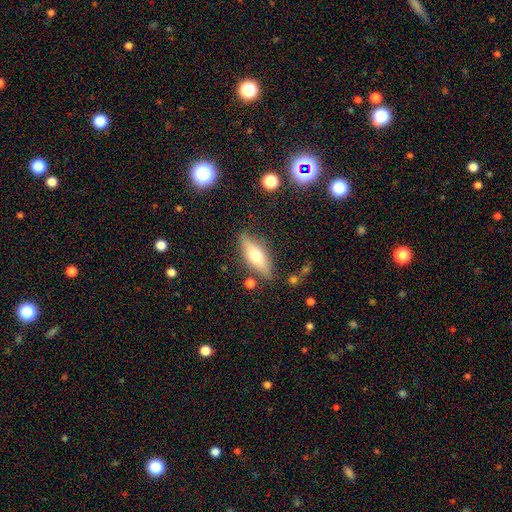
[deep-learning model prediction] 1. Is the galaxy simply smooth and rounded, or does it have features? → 50% smooth, 43% featured or disk, 7% star or artifact.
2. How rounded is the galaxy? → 54% in between, 44% cigar-shaped, 3% round.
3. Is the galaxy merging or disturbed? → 80% none, 13% minor disturbance, 3% major disturbance, 3% merger.